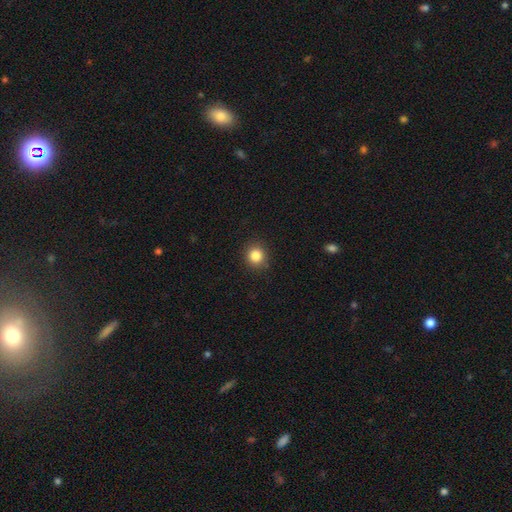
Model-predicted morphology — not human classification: type=smooth (85%); roundness=round (88%); merging=none (89%).